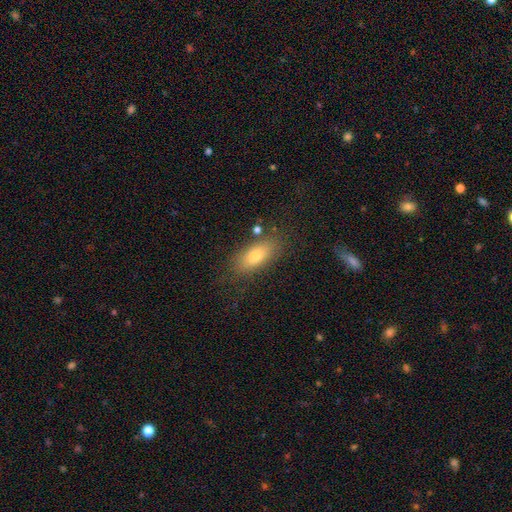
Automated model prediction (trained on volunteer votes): Smooth or featured?
  - smooth: 74% *
  - featured or disk: 17%
  - star or artifact: 9%
How rounded?
  - in between: 79% *
  - cigar-shaped: 16%
  - round: 4%
Merging?
  - none: 77% *
  - minor disturbance: 14%
  - major disturbance: 5%
  - merger: 4%